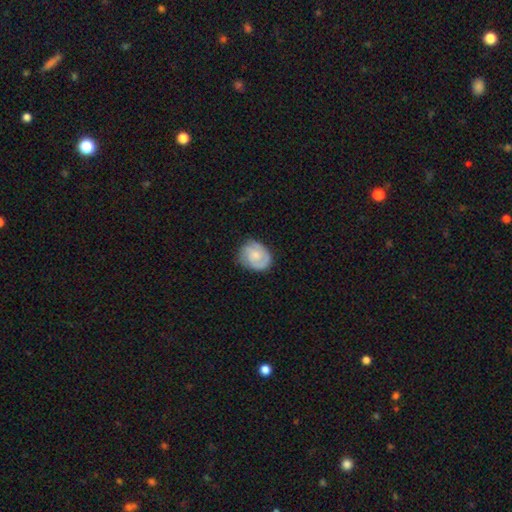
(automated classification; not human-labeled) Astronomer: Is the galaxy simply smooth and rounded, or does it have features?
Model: featured or disk — 55% (runner-up: smooth, 39%).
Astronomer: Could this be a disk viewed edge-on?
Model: no — 98%.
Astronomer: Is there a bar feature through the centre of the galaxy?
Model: no — 69%.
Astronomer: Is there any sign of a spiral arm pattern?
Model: yes — 88%.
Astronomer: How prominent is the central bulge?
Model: small — 42% (runner-up: moderate, 38%).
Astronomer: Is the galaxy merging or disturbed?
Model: none — 71%.